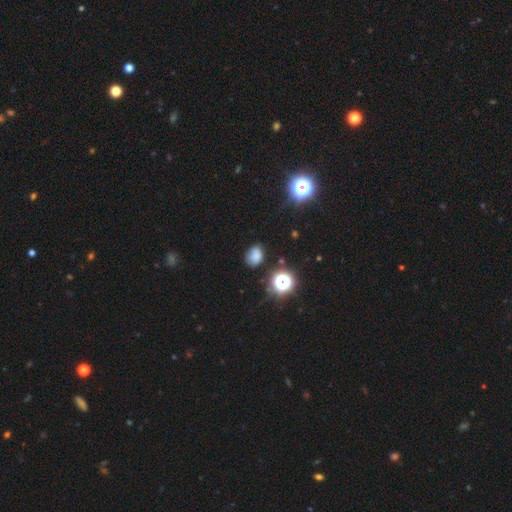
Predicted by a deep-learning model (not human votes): Smooth or featured? Predicted: smooth (p=0.72). How rounded? Predicted: in between (p=0.66). Merging? Predicted: none (p=0.71).